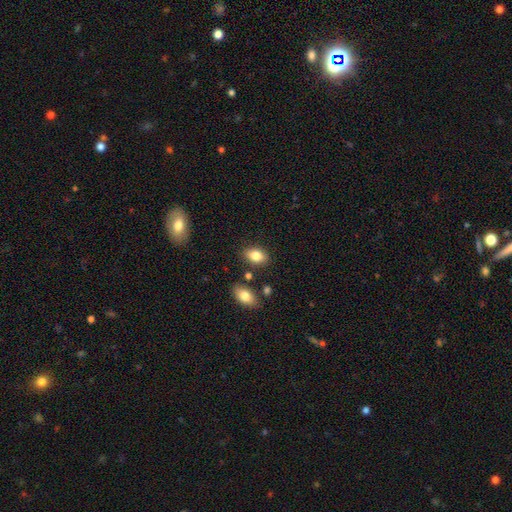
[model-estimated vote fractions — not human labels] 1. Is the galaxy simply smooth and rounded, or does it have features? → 82% smooth, 9% featured or disk, 8% star or artifact.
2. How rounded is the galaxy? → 85% in between, 13% round, 2% cigar-shaped.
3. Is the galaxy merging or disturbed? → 80% none, 12% minor disturbance, 5% merger, 3% major disturbance.